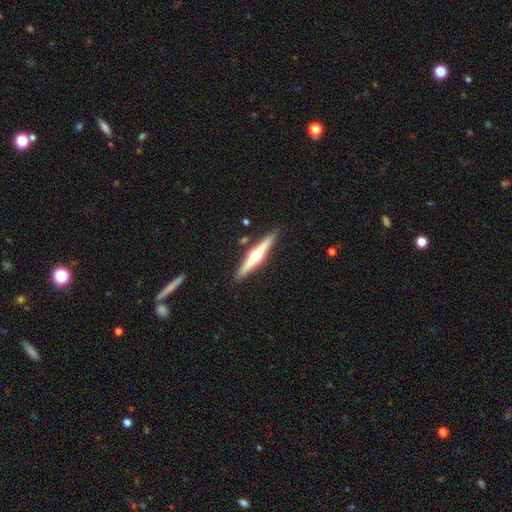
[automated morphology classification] Overall: featured or disk (73%). Edge-on disk: yes (98%). Edge-on bulge: rounded (95%). Merging: none (89%).